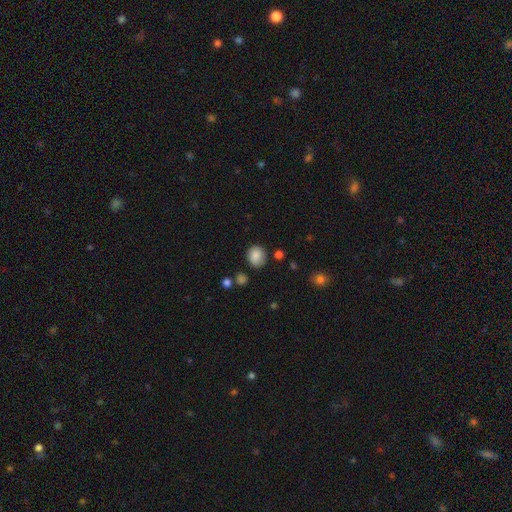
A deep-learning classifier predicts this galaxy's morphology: A smooth galaxy with no disk features (85%) that is round (72%). Merging: none (77%).